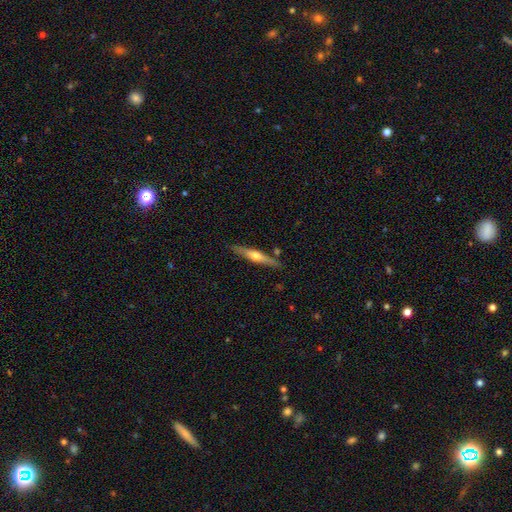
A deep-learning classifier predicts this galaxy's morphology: A featured or disk galaxy (60%) viewed edge-on (95%) with a rounded central bulge (91%). Merging: none (85%).